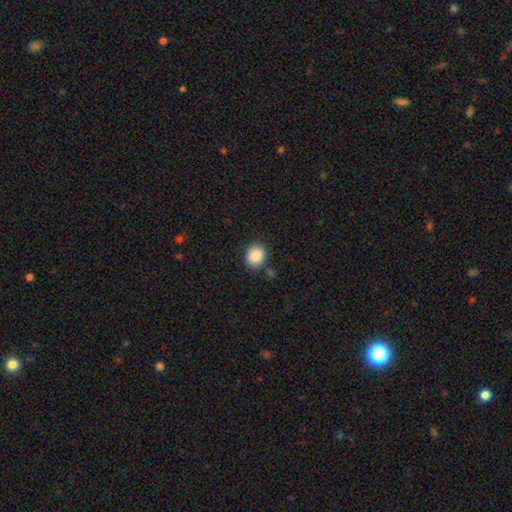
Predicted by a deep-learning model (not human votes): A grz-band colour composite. It shows a smooth galaxy with no disk features (88%) that is round (62%). Merging: none (83%).